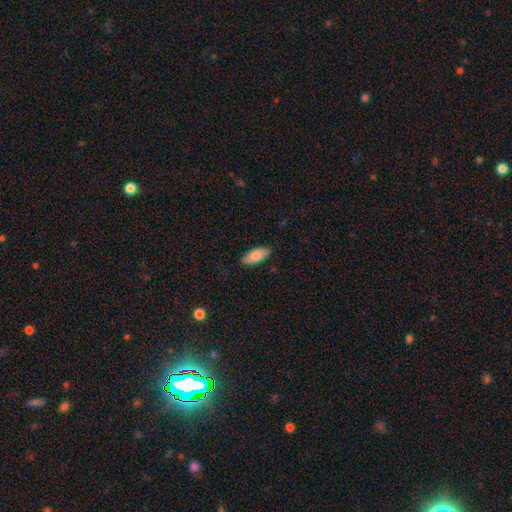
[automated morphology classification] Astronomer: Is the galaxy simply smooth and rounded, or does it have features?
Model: smooth — 81%.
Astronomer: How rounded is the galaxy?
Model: in between — 88%.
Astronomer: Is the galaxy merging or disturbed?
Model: none — 85%.